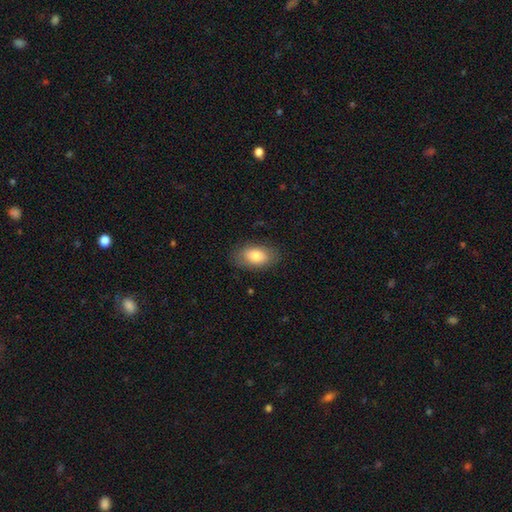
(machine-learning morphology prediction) Smooth or featured? Predicted: smooth (p=0.80). How rounded? Predicted: in between (p=0.91). Merging? Predicted: none (p=0.81).